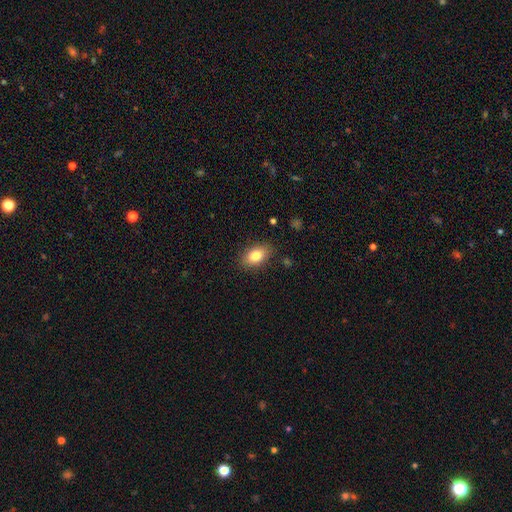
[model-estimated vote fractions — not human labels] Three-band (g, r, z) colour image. It shows a smooth galaxy with no disk features (80%) that is in between round and cigar-shaped (85%). Merging: none (86%).